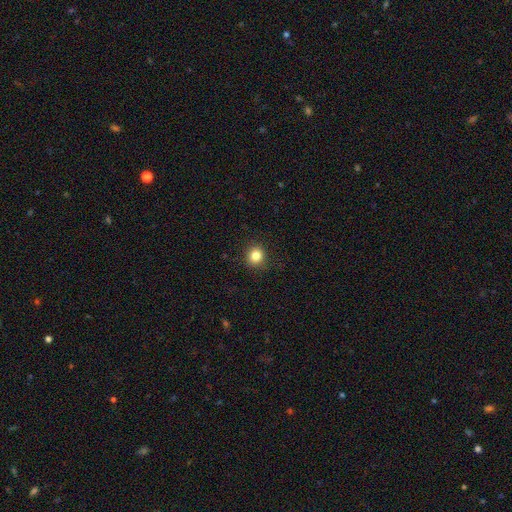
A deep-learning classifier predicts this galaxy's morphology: A smooth galaxy with no disk features (84%) that is round (87%).

Vote fractions:
- Smooth or featured? smooth: 84% / star or artifact: 11% / featured or disk: 5%
- How rounded? round: 87% / in between: 12% / cigar-shaped: 1%
- Merging? none: 89% / minor disturbance: 7% / major disturbance: 2% / merger: 1%